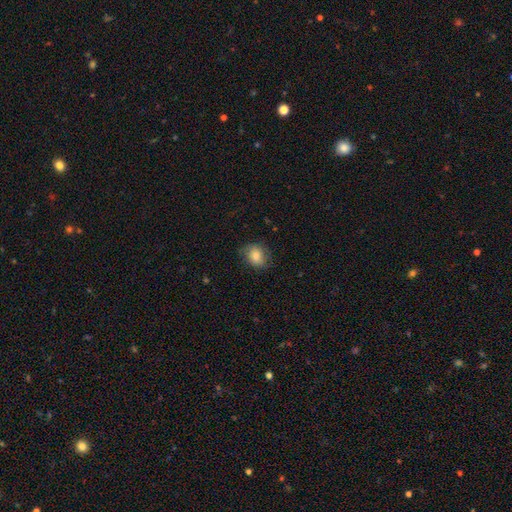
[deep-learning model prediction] Smooth or featured? smooth (77%)
How rounded? round (54%)
Merging? none (73%)